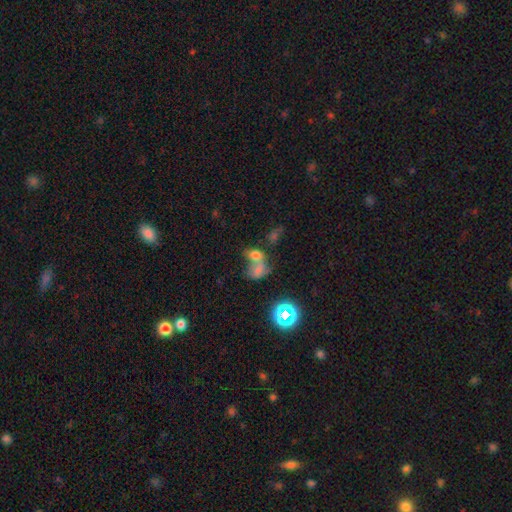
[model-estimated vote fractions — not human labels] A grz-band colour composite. It shows a smooth galaxy with no disk features (61%) that is in between round and cigar-shaped (67%). Merging: merger (68%).